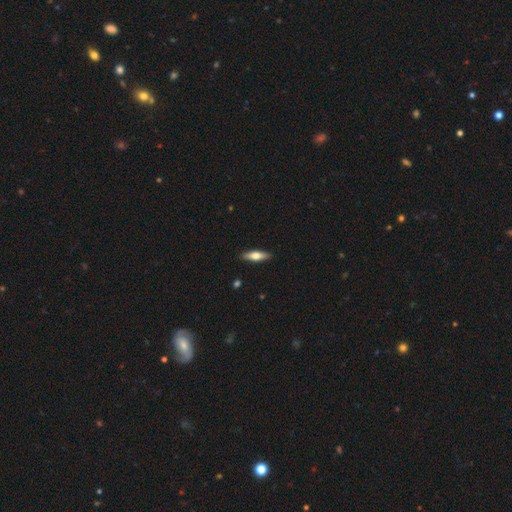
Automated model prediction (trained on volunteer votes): Smooth or featured? Predicted: smooth (p=0.57). How rounded? Predicted: cigar-shaped (p=0.60). Merging? Predicted: none (p=0.90).